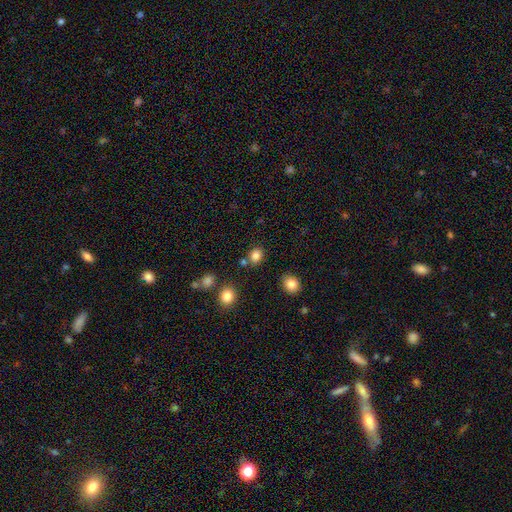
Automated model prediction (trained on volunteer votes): The model was most divided on "how rounded": round: 62%, in between: 37%, cigar-shaped: 1%. More confident: smooth or featured — smooth (84%); merging — none (78%).